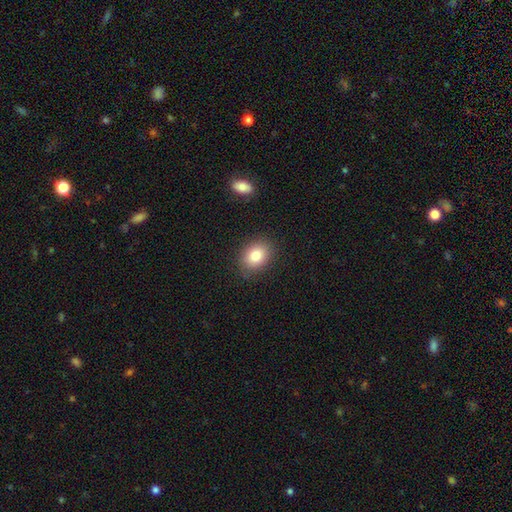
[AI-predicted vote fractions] This appears to be a smooth galaxy with no disk features (83%) that is in between round and cigar-shaped (64%). Merging: none (86%).